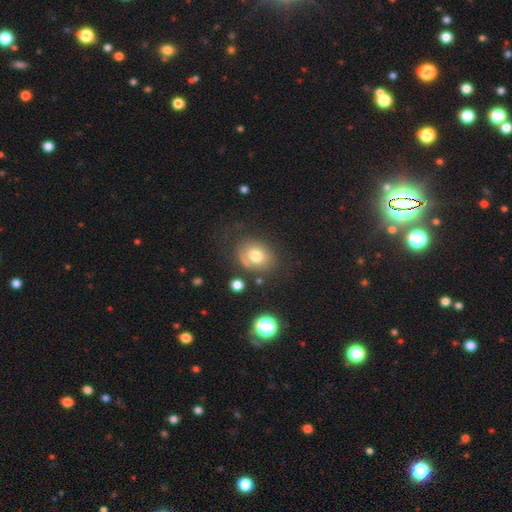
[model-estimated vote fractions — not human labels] A smooth galaxy with no disk features (63%) that is in between round and cigar-shaped (53%).

Vote fractions:
- Smooth or featured? smooth: 63% / featured or disk: 26% / star or artifact: 11%
- How rounded? in between: 53% / round: 46% / cigar-shaped: 1%
- Merging? none: 60% / minor disturbance: 22% / major disturbance: 14% / merger: 5%